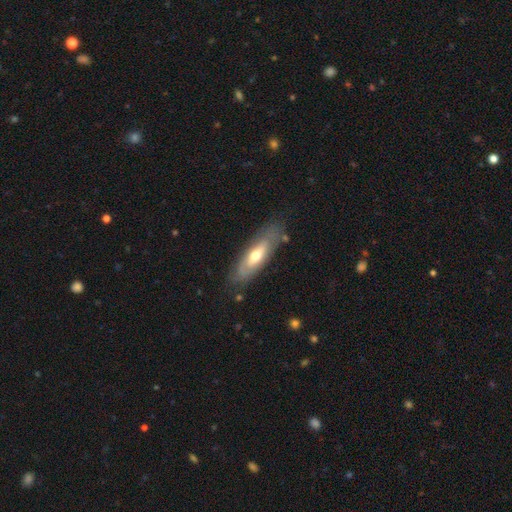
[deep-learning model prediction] featured or disk 52%, smooth 43%, star or artifact 6%. Down the decision tree: edge-on disk — no (66%); merging — none (76%).